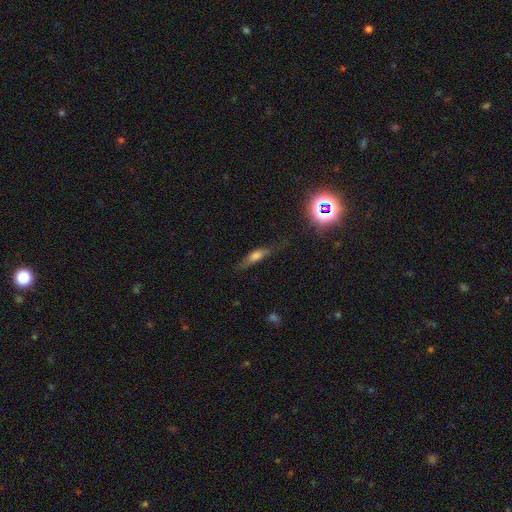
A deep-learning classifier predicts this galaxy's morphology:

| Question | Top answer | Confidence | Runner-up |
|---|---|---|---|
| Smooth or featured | smooth | 50% | featured or disk (37%) |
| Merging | none | 66% | minor disturbance (22%) |